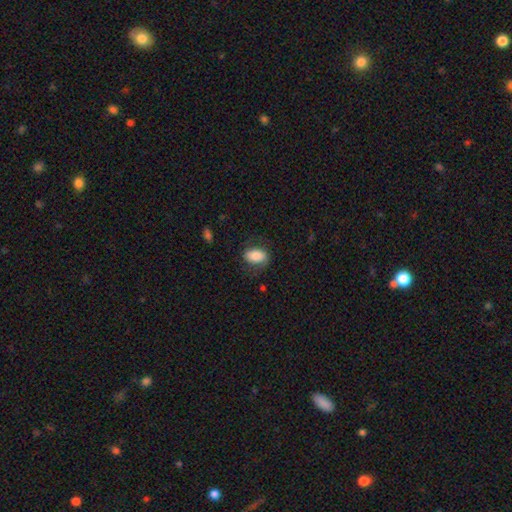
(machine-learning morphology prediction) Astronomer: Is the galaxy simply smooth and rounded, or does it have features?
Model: smooth — 81%.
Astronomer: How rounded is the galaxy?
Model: in between — 87%.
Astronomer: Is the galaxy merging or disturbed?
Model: none — 73%.